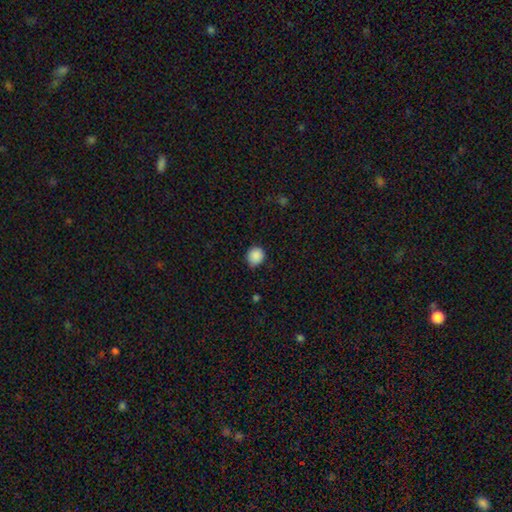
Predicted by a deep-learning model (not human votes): This is clearly a smooth galaxy (88%). How rounded: clearly round (84%). Merging: clearly none (82%).